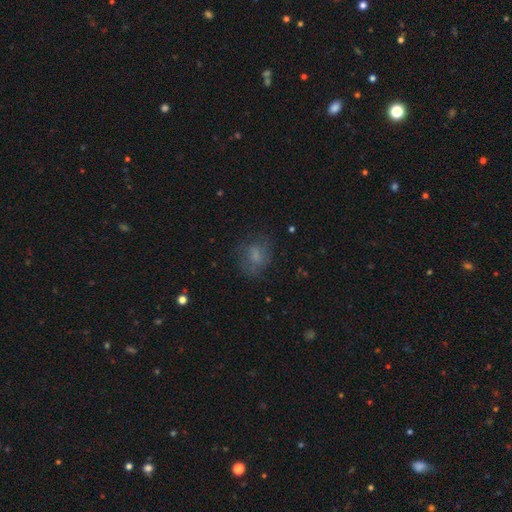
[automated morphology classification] The model was most divided on "how rounded": round: 51%, in between: 47%, cigar-shaped: 2%. More confident: merging — none (62%); smooth or featured — smooth (59%).